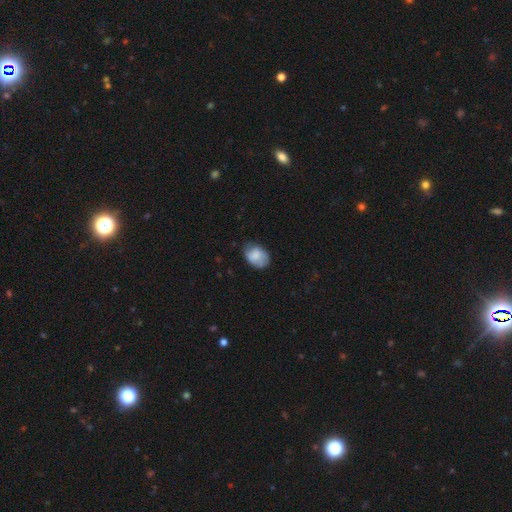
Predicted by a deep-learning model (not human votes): smooth 77%, featured or disk 16%, star or artifact 7%. Down the decision tree: how rounded — in between (77%); merging — none (64%).